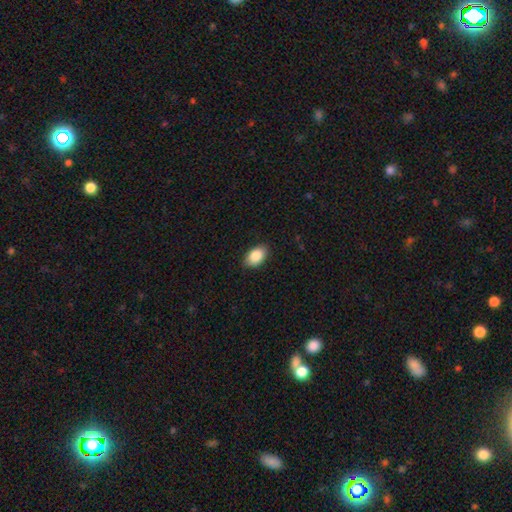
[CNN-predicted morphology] type=smooth (87%); roundness=in between (91%); merging=none (85%).